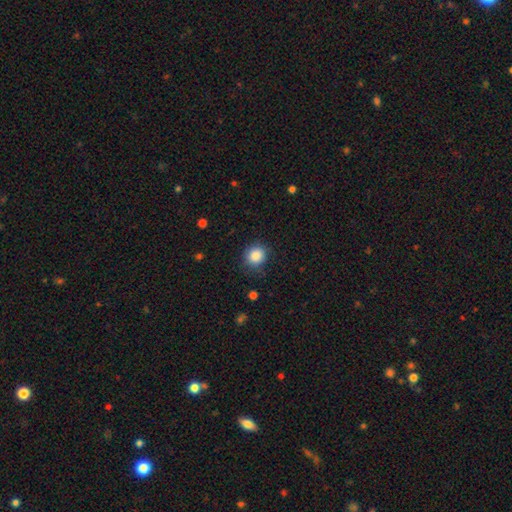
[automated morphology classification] smooth 87%, star or artifact 9%, featured or disk 4%. Down the decision tree: how rounded — round (86%); merging — none (82%).